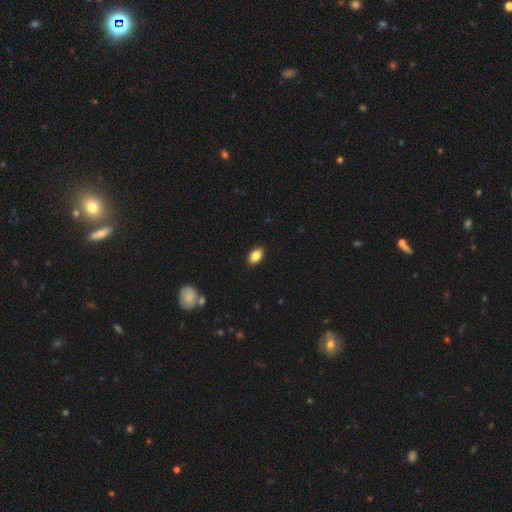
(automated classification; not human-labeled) This appears to be a smooth galaxy with no disk features (86%) that is in between round and cigar-shaped (91%). Merging: none (89%).